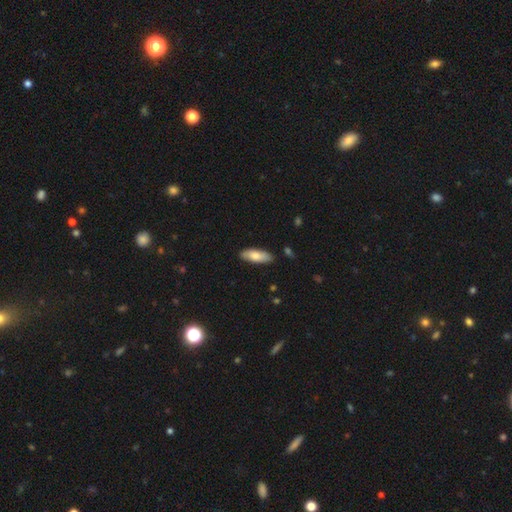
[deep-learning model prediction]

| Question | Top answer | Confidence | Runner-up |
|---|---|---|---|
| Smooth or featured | smooth | 77% | featured or disk (17%) |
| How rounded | in between | 68% | cigar-shaped (30%) |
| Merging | none | 85% | minor disturbance (11%) |